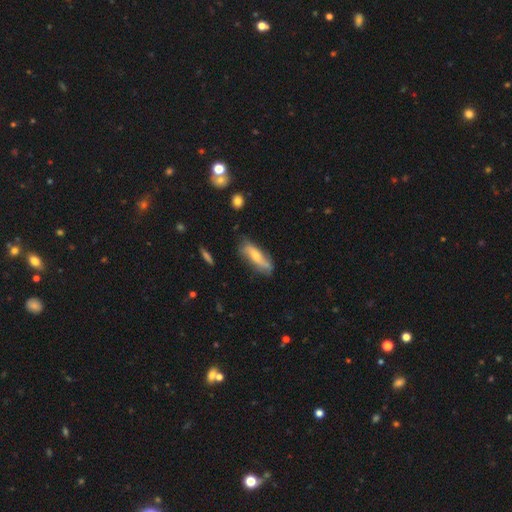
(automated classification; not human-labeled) featured or disk 47% (tied), smooth 47% (tied), star or artifact 6%. Down the decision tree: merging — none (67%).